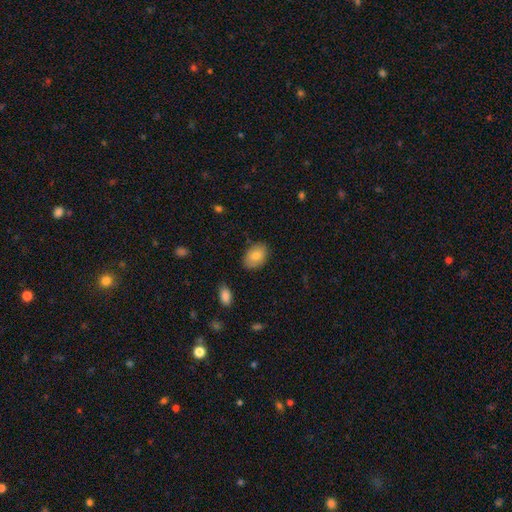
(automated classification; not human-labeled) Overall: smooth (78%). How rounded: in between (82%). Merging: none (83%).